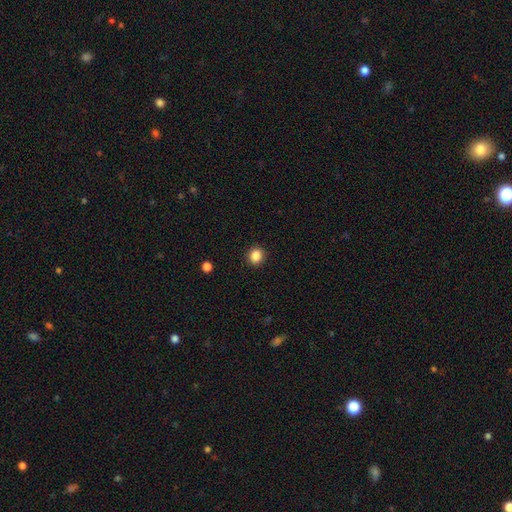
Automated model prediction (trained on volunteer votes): smooth-or-featured: smooth: 87% | star or artifact: 10% | featured or disk: 3%
  how-rounded: round: 81% | in between: 19% | cigar-shaped: 1%
  merging: none: 92% | minor disturbance: 5% | major disturbance: 2% | merger: 1%